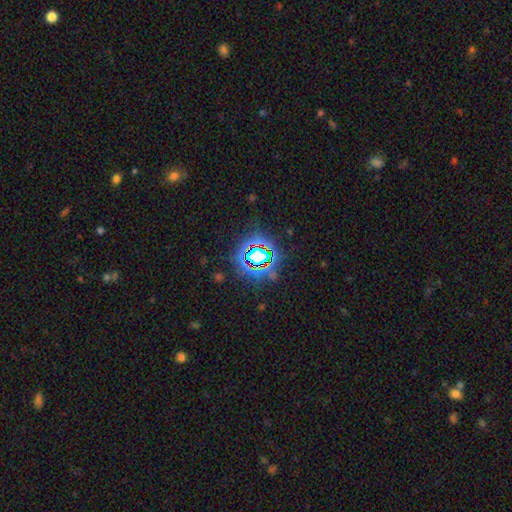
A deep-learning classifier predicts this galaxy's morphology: A star or artifact, not a galaxy (72%).

Vote fractions:
- Smooth or featured? star or artifact: 72% / smooth: 17% / featured or disk: 11%